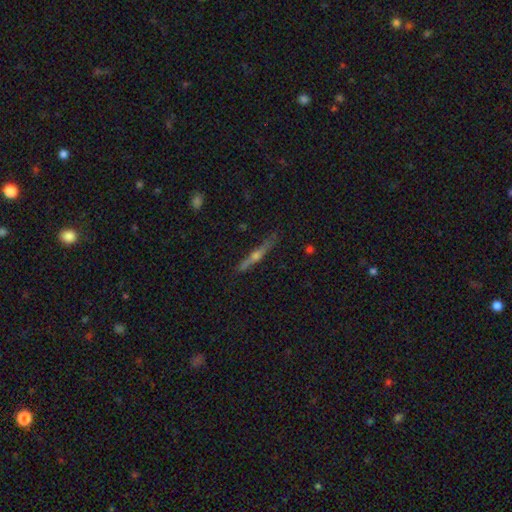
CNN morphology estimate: Smooth or featured? Predicted: featured or disk (p=0.69). Edge-on disk? Predicted: yes (p=0.97). Edge-on bulge? Predicted: rounded (p=0.87). Merging? Predicted: none (p=0.83).